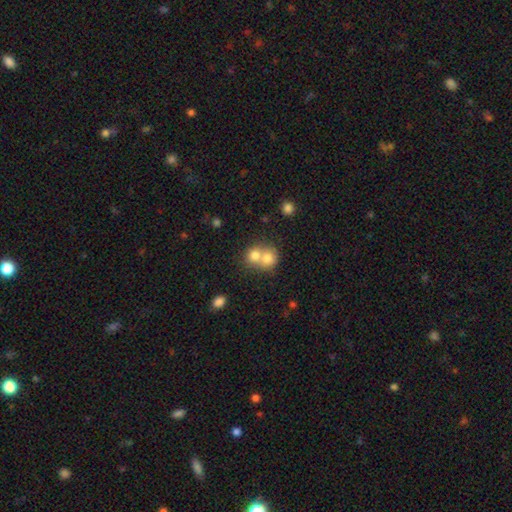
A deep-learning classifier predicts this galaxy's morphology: Overall: smooth (75%). How rounded: round (77%). Merging: merger (66%; none 28%).